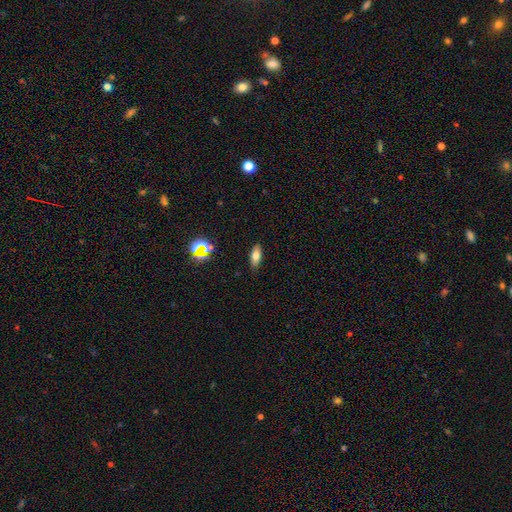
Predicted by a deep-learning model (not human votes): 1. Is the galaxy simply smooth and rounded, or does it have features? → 70% smooth, 17% featured or disk, 13% star or artifact.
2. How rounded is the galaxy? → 75% in between, 21% cigar-shaped, 4% round.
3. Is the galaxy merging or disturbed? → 87% none, 9% minor disturbance, 2% major disturbance, 1% merger.